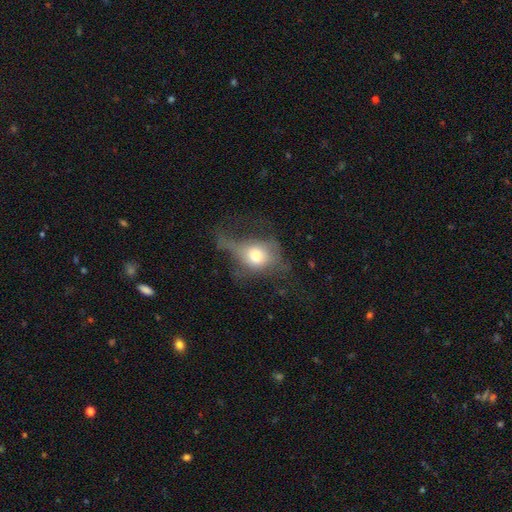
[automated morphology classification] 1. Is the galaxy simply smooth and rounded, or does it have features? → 58% smooth, 32% featured or disk, 11% star or artifact.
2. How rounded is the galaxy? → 52% in between, 44% round, 3% cigar-shaped.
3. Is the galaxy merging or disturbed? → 52% major disturbance, 24% none, 21% minor disturbance, 4% merger.